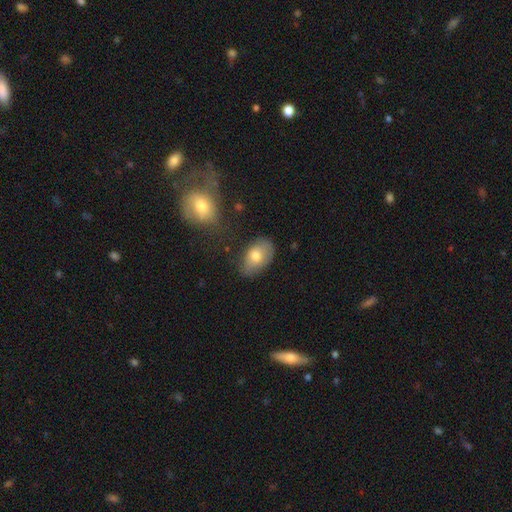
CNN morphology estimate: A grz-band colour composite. It shows a smooth galaxy with no disk features (73%) that is in between round and cigar-shaped (89%). Merging: none (66%).